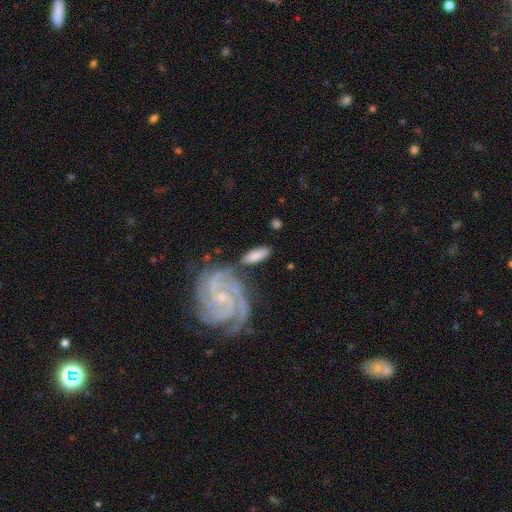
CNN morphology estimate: smooth_or_featured: smooth (p=0.57) [alt: featured or disk p=0.37]
how_rounded: in between (p=0.64) [alt: cigar-shaped p=0.34]
merging: none (p=0.65) [alt: minor disturbance p=0.17]